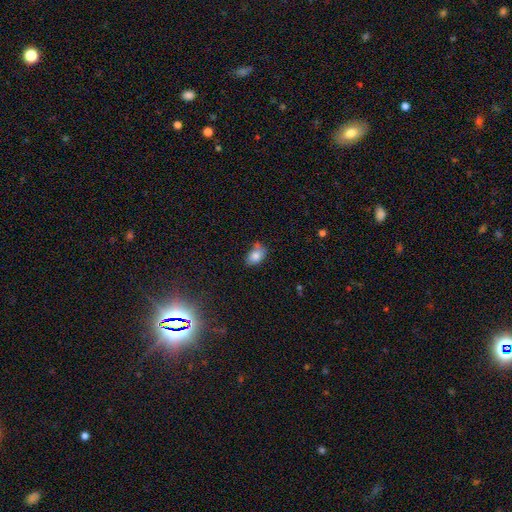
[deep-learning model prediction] A smooth galaxy with no disk features (80%) that is in between round and cigar-shaped (85%). Merging: none (52%).